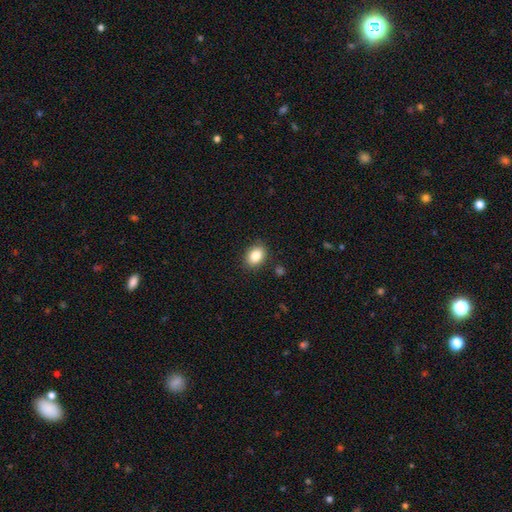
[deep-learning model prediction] Q: Smooth or featured?
A: smooth (85%); runner-up: star or artifact (9%)
Q: How rounded?
A: in between (68%); runner-up: round (31%)
Q: Merging?
A: none (87%); runner-up: minor disturbance (9%)